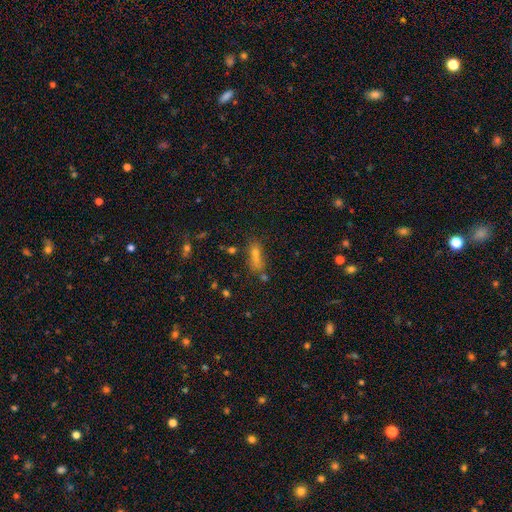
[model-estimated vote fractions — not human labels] smooth 58%, star or artifact 24%, featured or disk 18%. Down the decision tree: how rounded — in between (60%); merging — none (41%).